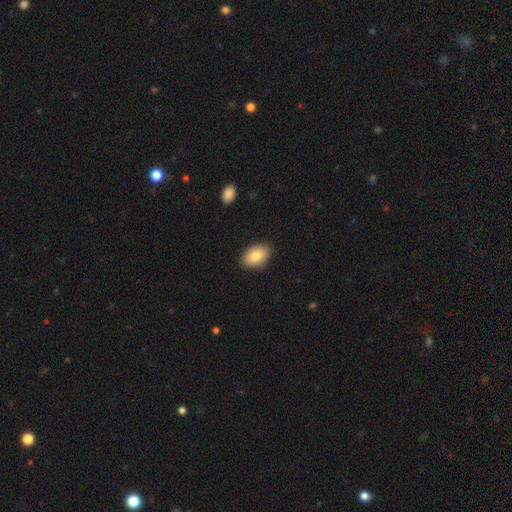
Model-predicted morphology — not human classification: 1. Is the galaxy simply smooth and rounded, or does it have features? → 84% smooth, 9% featured or disk, 7% star or artifact.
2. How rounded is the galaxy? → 89% in between, 10% round, 1% cigar-shaped.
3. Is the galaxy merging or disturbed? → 87% none, 9% minor disturbance, 2% major disturbance, 1% merger.